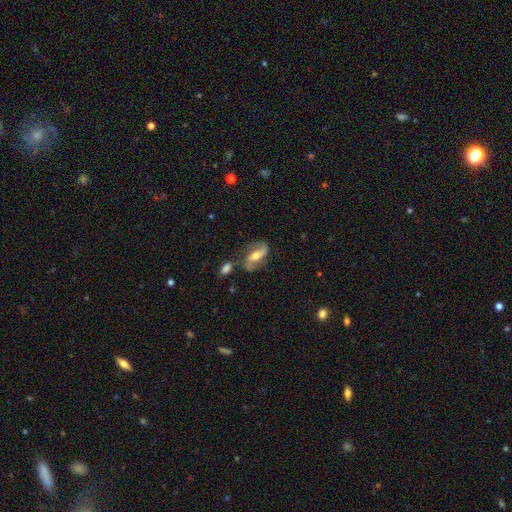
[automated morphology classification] Q: Smooth or featured?
A: featured or disk (74%); runner-up: smooth (20%)
Q: Edge-on disk?
A: no (93%); runner-up: yes (7%)
Q: Bar?
A: weak (36%); tied with: strong (36%)
Q: Spiral arms?
A: yes (91%); runner-up: no (9%)
Q: Spiral winding?
A: loose (57%); runner-up: medium (32%)
Q: Spiral arm count?
A: 2 (87%); runner-up: 1 (6%)
Q: Bulge size?
A: moderate (61%); runner-up: small (25%)
Q: Merging?
A: none (62%); runner-up: minor disturbance (19%)